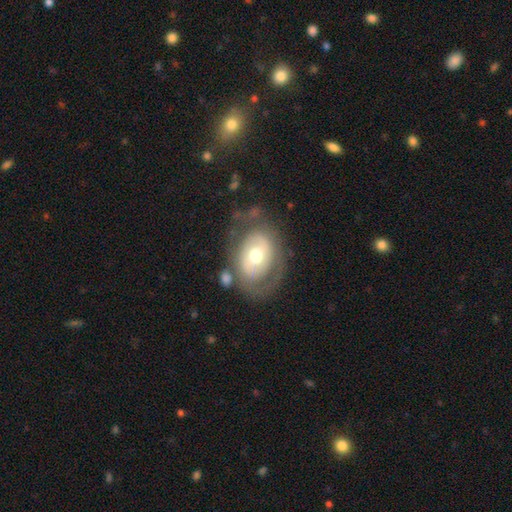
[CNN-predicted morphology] type=featured or disk (53%); edge-on=no (93%); merging=none (60%).